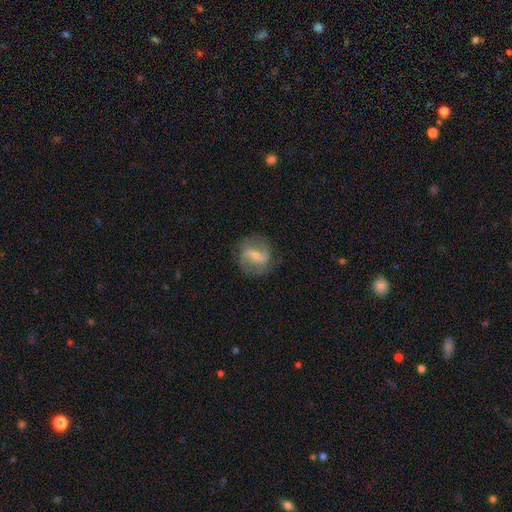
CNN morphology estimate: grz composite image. It shows a featured or disk galaxy (72%) with a weak bar (44%), 2 (84%) loose (42%, tied with medium) spiral arms (87%) and a small central bulge (55%). Merging: none (74%).